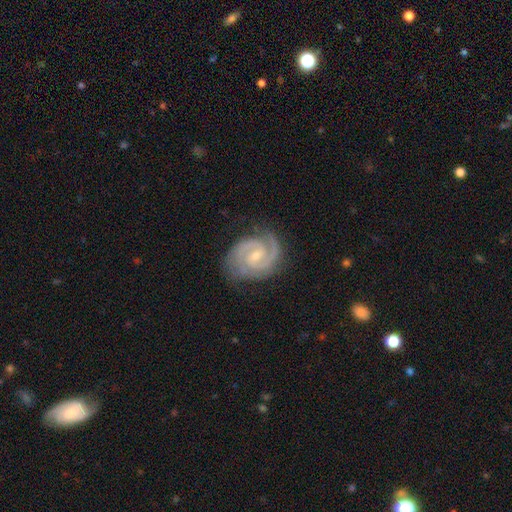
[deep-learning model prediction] featured or disk 93%, star or artifact 4%, smooth 3%. Down the decision tree: edge-on disk — no (98%); bar — weak (46%); spiral arms — yes (99%); spiral arm count — 2 (82%); spiral winding — tight (64%); bulge size — small (64%); merging — none (80%).